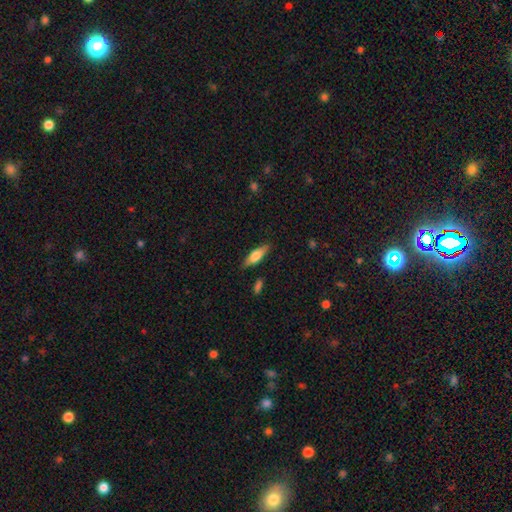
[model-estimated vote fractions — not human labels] Smooth or featured? smooth (57%)
How rounded? in between (52%)
Merging? none (83%)